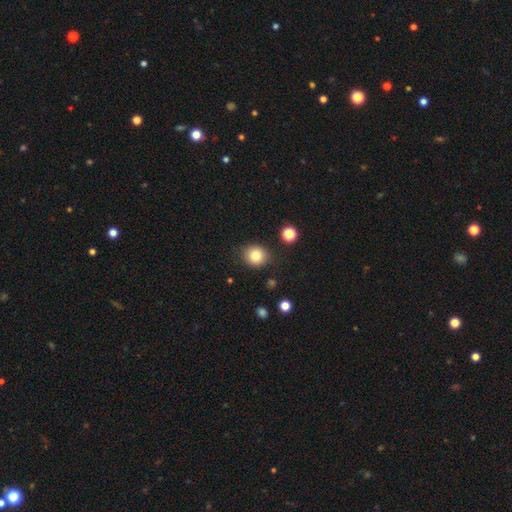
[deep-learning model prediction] Morphology: type=smooth (82%); roundness=round (80%); merging=none (86%).